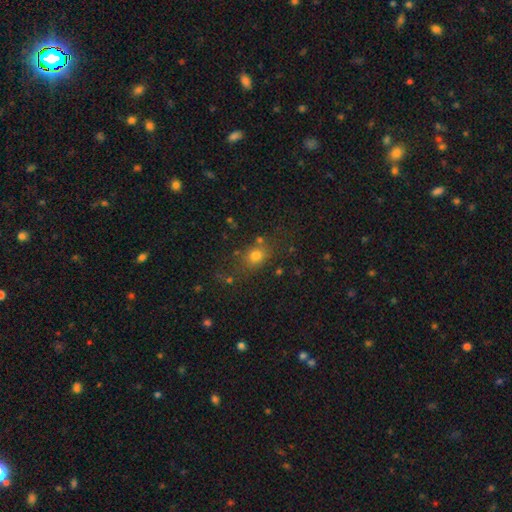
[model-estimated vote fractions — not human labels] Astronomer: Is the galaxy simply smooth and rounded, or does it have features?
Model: smooth — 75%.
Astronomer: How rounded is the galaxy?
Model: round — 59% (runner-up: in between, 39%).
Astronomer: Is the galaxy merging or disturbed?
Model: none — 70%.